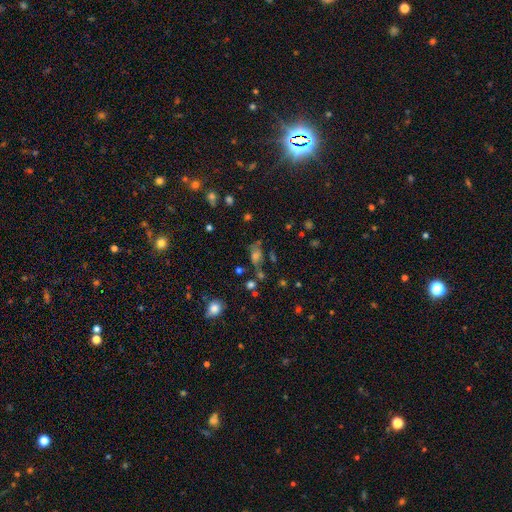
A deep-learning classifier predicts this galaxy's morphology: The model was most divided on "smooth or featured": smooth: 46%, star or artifact: 32%, featured or disk: 22%. More confident: merging — none (52%).